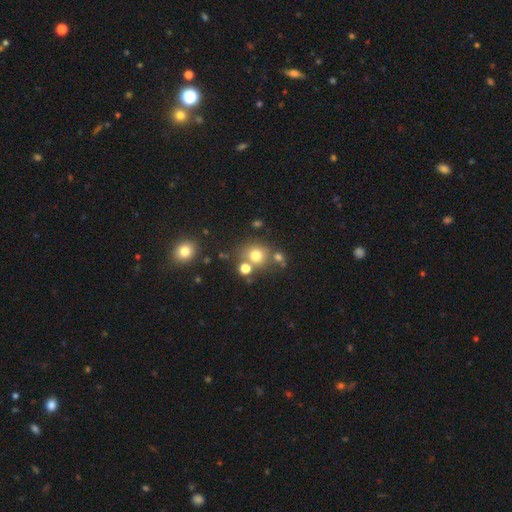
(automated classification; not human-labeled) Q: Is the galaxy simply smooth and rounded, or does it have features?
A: smooth — 73%.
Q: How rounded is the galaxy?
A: round — 84%.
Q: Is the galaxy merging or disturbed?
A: none — 66%.